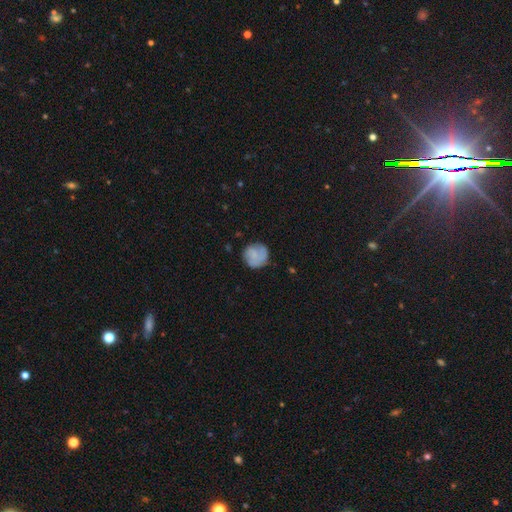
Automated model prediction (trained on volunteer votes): A smooth galaxy with no disk features (69%) that is round (89%). Merging: none (75%).